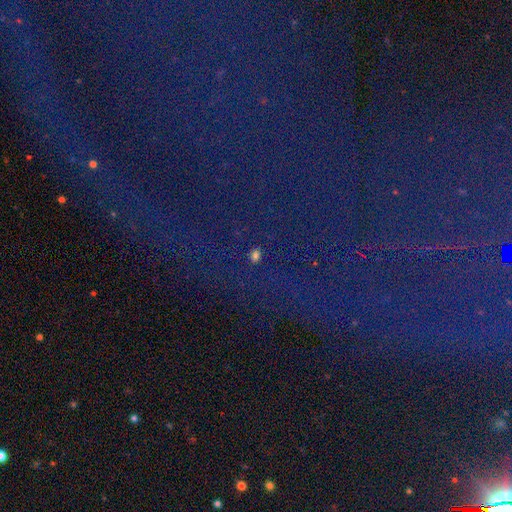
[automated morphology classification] Overall: star or artifact (66%).